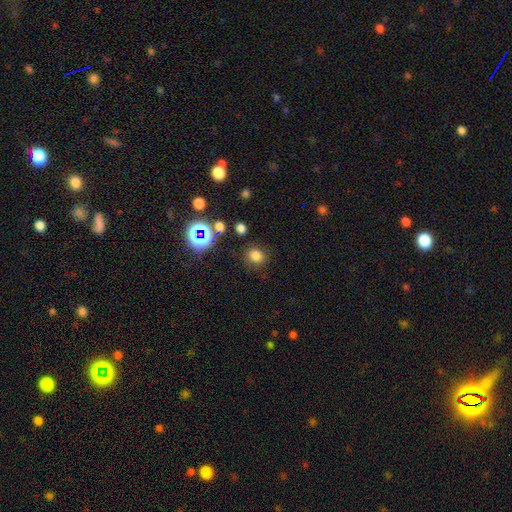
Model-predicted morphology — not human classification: Smooth or featured? smooth (73%)
How rounded? round (73%)
Merging? none (82%)